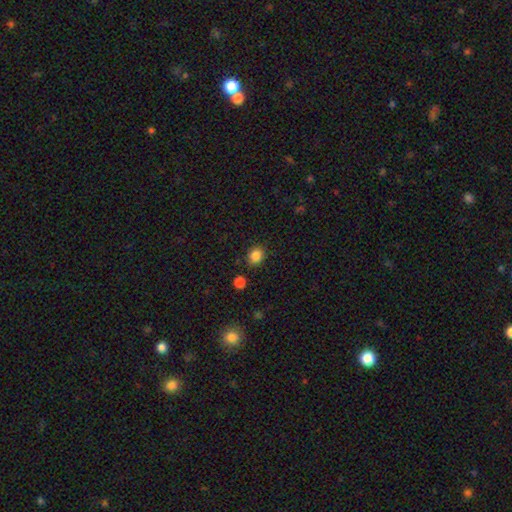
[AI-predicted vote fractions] smooth-or-featured: smooth: 85% | star or artifact: 11% | featured or disk: 4%
  how-rounded: round: 69% | in between: 30% | cigar-shaped: 1%
  merging: none: 86% | minor disturbance: 8% | merger: 3% | major disturbance: 2%